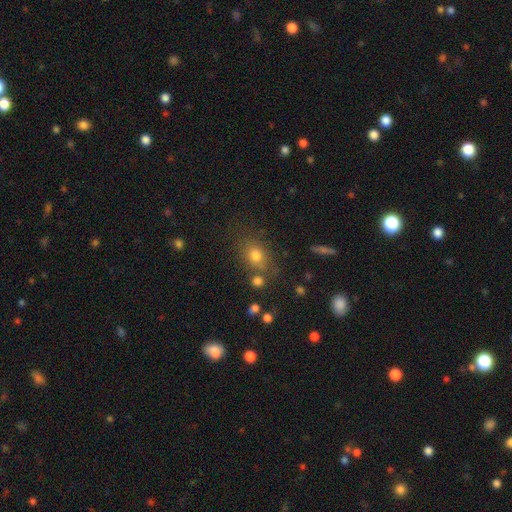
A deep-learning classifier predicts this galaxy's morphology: The model was most divided on "how rounded": round: 50%, in between: 48%, cigar-shaped: 2%. More confident: smooth or featured — smooth (75%); merging — none (68%).